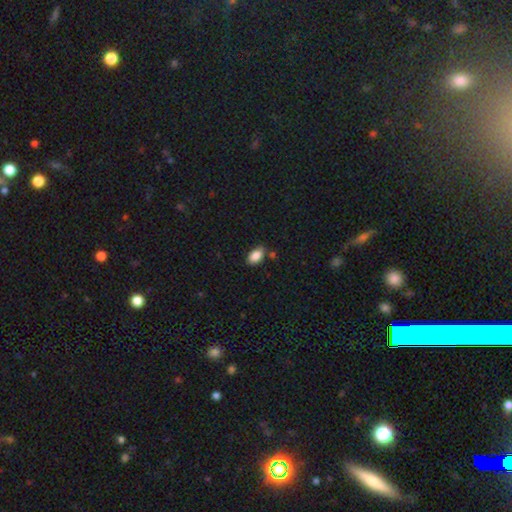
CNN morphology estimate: A smooth galaxy with no disk features (88%) that is in between round and cigar-shaped (93%).

Vote fractions:
- Smooth or featured? smooth: 88% / star or artifact: 8% / featured or disk: 4%
- How rounded? in between: 93% / round: 6% / cigar-shaped: 2%
- Merging? none: 78% / minor disturbance: 15% / merger: 5% / major disturbance: 3%